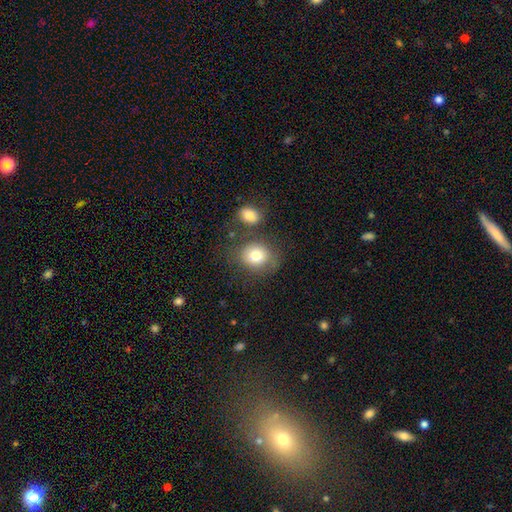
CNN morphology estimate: Smooth or featured? Predicted: smooth (p=0.79). How rounded? Predicted: round (p=0.68). Merging? Predicted: none (p=0.63).